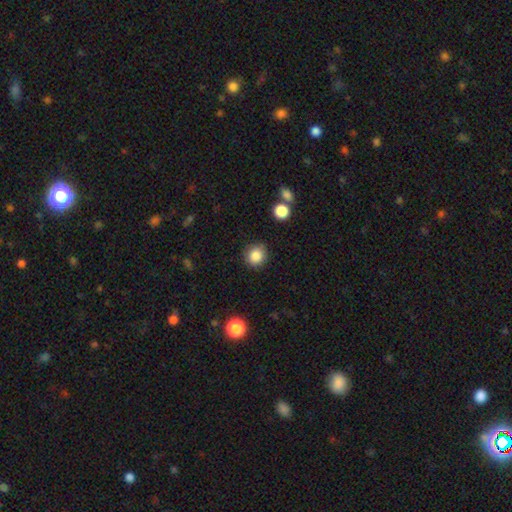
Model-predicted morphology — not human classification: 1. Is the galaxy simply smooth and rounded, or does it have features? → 86% smooth, 10% star or artifact, 4% featured or disk.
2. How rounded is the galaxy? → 89% round, 10% in between, 1% cigar-shaped.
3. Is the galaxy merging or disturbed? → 86% none, 9% minor disturbance, 3% major disturbance, 2% merger.